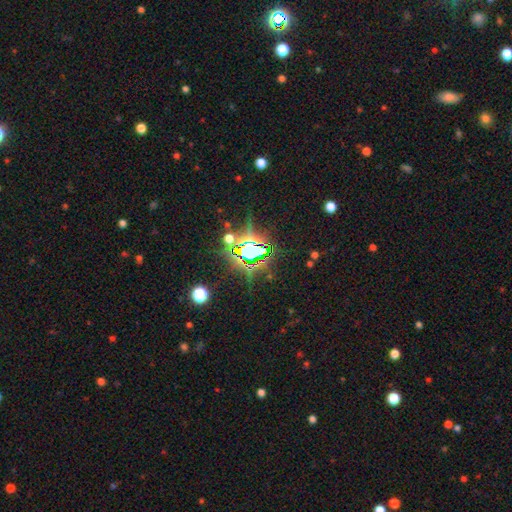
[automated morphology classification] smooth-or-featured: star or artifact: 81% | smooth: 10% | featured or disk: 9%